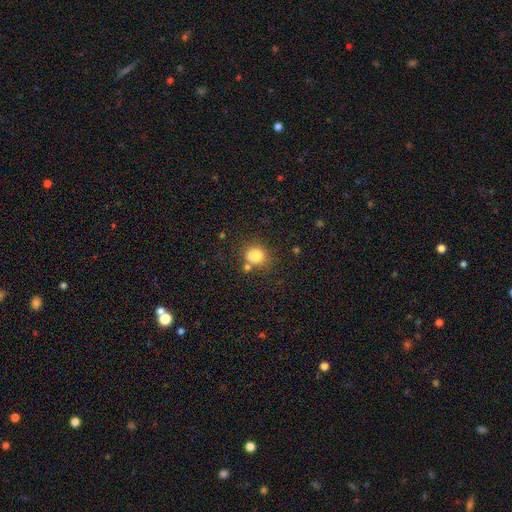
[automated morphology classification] A smooth galaxy with no disk features (81%) that is round (78%). Merging: none (63%).